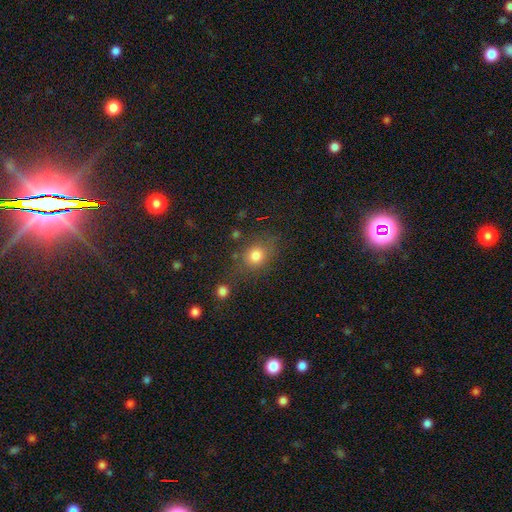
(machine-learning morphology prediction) Overall: smooth (79%). How rounded: round (67%; in between 31%). Merging: none (72%).